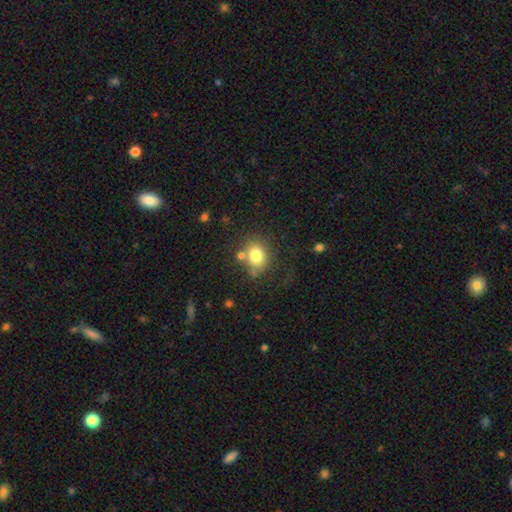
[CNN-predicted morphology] This appears to be a smooth galaxy with no disk features (79%) that is round (60%). Merging: none (67%).